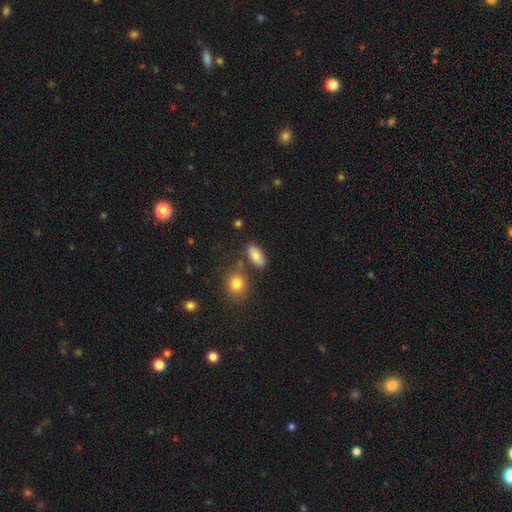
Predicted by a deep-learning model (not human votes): This is clearly a smooth galaxy (84%). How rounded: clearly in between (88%). Merging: likely none (76%).